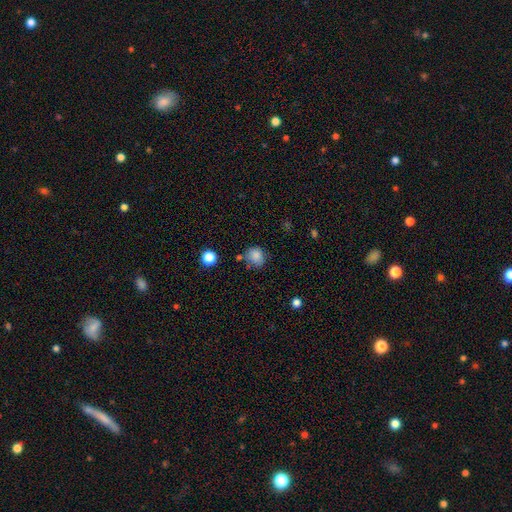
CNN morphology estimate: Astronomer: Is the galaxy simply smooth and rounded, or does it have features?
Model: smooth — 83%.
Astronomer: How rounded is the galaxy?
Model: round — 78%.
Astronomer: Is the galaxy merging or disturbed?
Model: none — 63%.